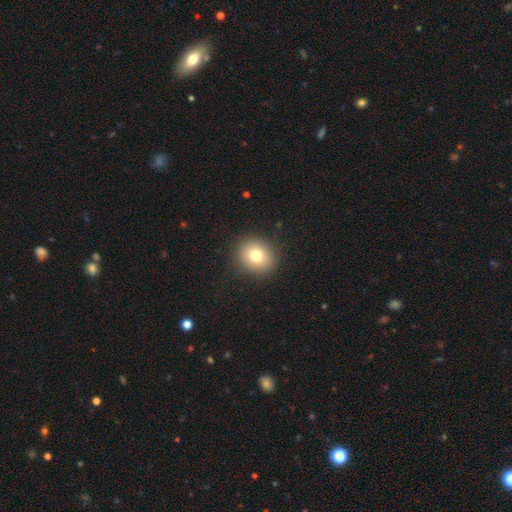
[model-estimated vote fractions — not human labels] Smooth or featured?
  - smooth: 77% *
  - star or artifact: 12%
  - featured or disk: 11%
How rounded?
  - round: 80% *
  - in between: 19%
  - cigar-shaped: 1%
Merging?
  - none: 90% *
  - minor disturbance: 7%
  - major disturbance: 3%
  - merger: 1%